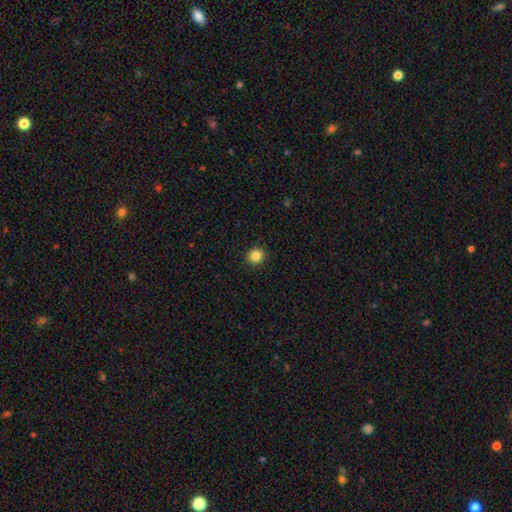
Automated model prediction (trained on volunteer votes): Smooth or featured: smooth — 85% (star or artifact — 11%)
How rounded: round — 89% (in between — 10%)
Merging: none — 92% (minor disturbance — 5%)